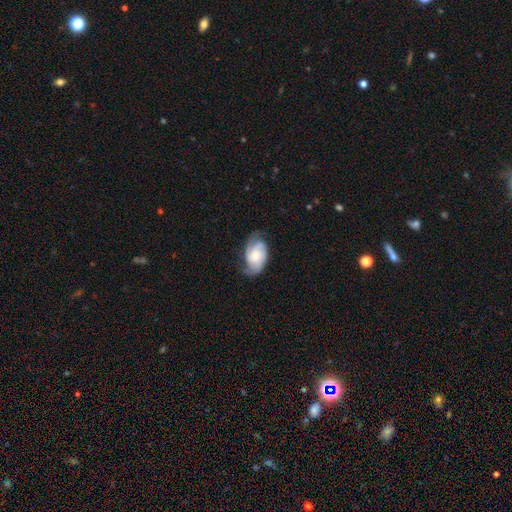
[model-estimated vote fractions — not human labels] Morphology: type=featured or disk (72%); edge-on=no (97%); bar=no (72%); spiral arms=yes (93%); winding=tight (42%, tied with medium); arm count=2 (46%); bulge=moderate (47%); merging=none (61%).